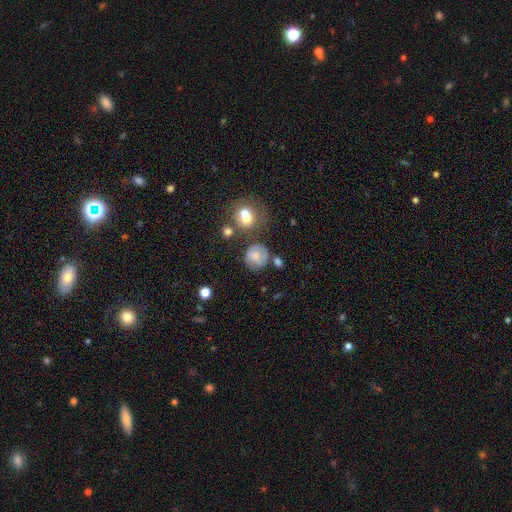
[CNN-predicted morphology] Overall: smooth (65%). How rounded: round (84%). Merging: none (65%).